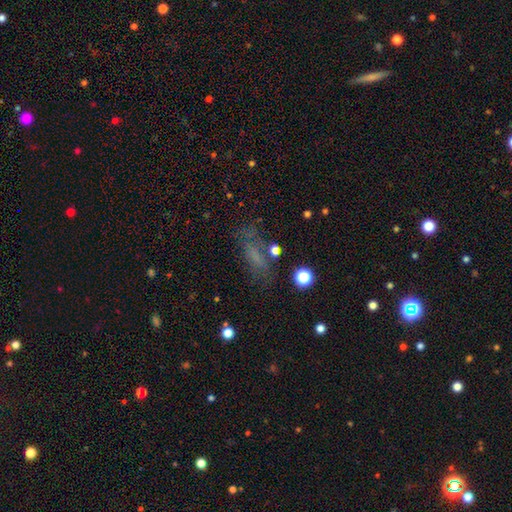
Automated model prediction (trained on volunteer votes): Smooth or featured? Predicted: smooth (p=0.51). How rounded? Predicted: in between (p=0.58). Merging? Predicted: none (p=0.60).